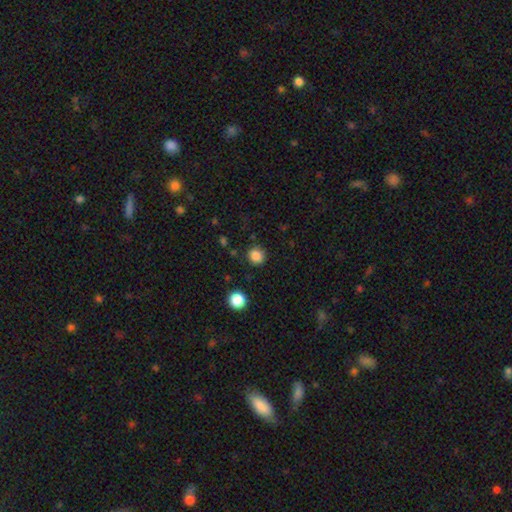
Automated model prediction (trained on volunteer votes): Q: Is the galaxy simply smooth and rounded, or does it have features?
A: smooth — 85%.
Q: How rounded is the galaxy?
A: round — 88%.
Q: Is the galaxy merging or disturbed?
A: none — 87%.